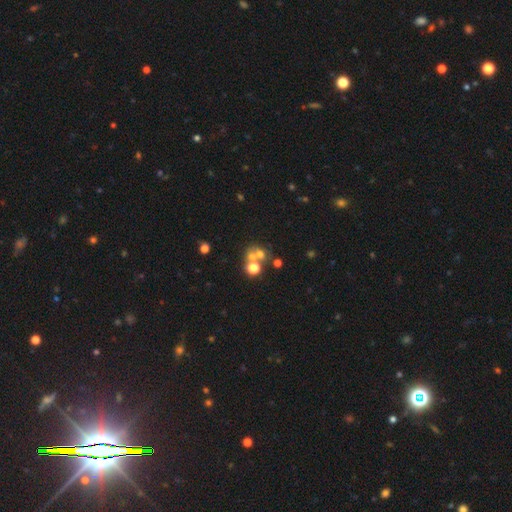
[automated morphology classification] This is possibly a smooth galaxy (55%). How rounded: likely round (78%). Merging: possibly merger (48%).